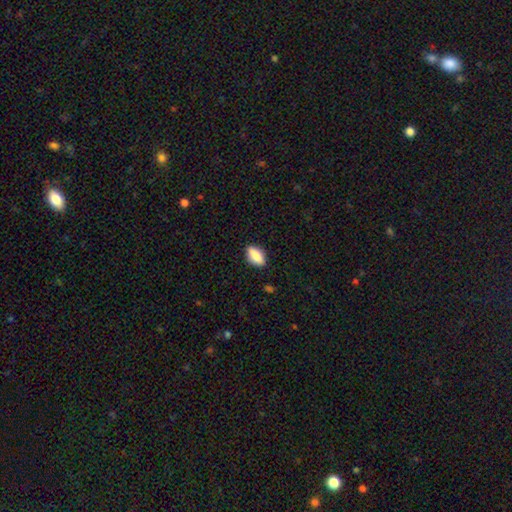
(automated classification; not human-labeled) Smooth or featured? Predicted: smooth (p=0.78). How rounded? Predicted: in between (p=0.84). Merging? Predicted: none (p=0.86).